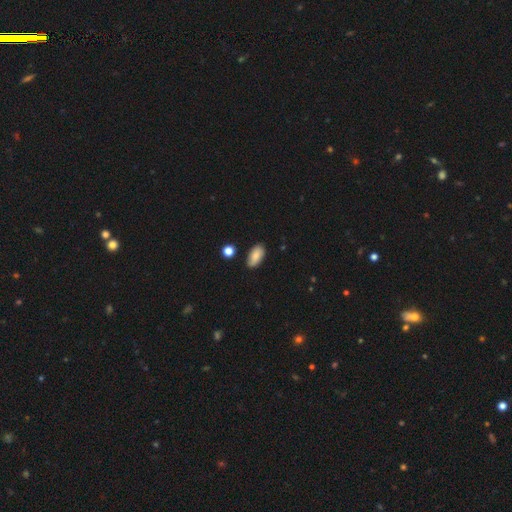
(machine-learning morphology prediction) The model was most divided on "merging": none: 82%, minor disturbance: 13%, merger: 3%, major disturbance: 2%. More confident: how rounded — in between (93%); smooth or featured — smooth (82%).